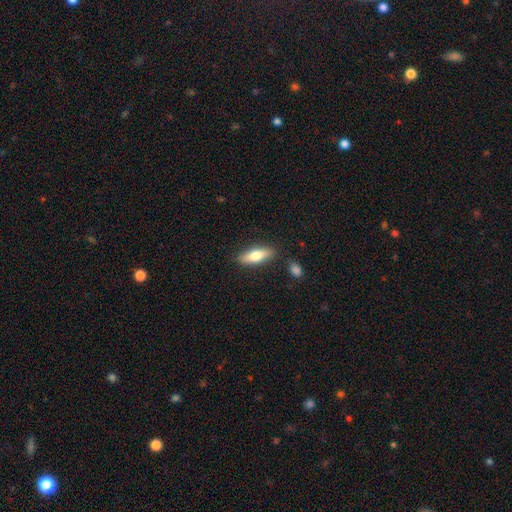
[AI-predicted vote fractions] Smooth or featured? smooth (70%)
How rounded? in between (54%)
Merging? none (83%)